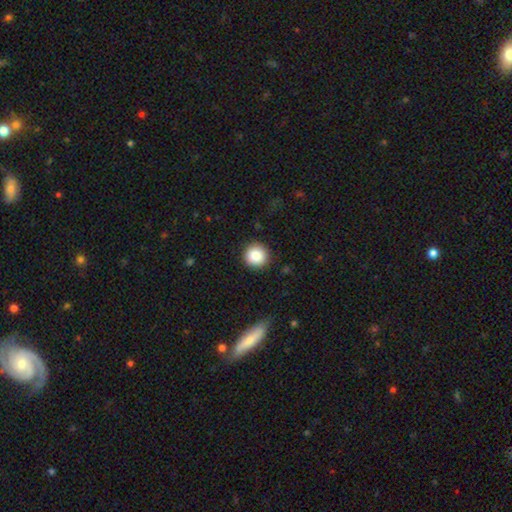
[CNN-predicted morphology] Overall: smooth (87%). How rounded: round (94%). Merging: none (90%).